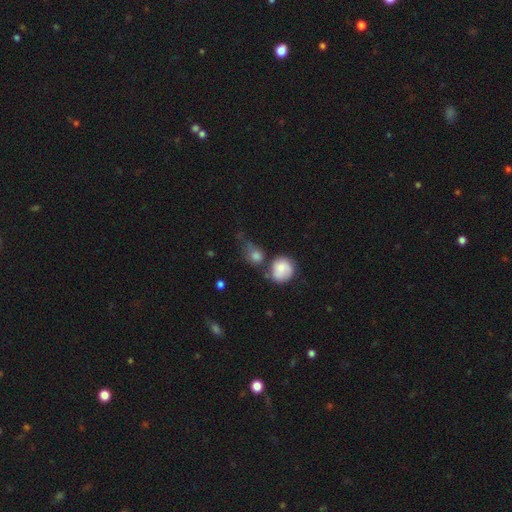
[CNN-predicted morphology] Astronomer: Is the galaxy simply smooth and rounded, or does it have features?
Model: smooth — 78%.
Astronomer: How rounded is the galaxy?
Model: round — 70%.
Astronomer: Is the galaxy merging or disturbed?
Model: none — 38% (runner-up: merger, 24%).